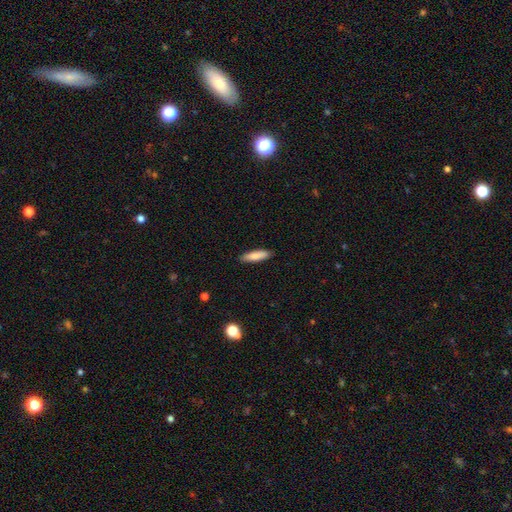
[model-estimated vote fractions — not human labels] Q: Smooth or featured?
A: smooth (81%); runner-up: featured or disk (13%)
Q: How rounded?
A: cigar-shaped (70%); runner-up: in between (29%)
Q: Merging?
A: none (90%); runner-up: minor disturbance (8%)